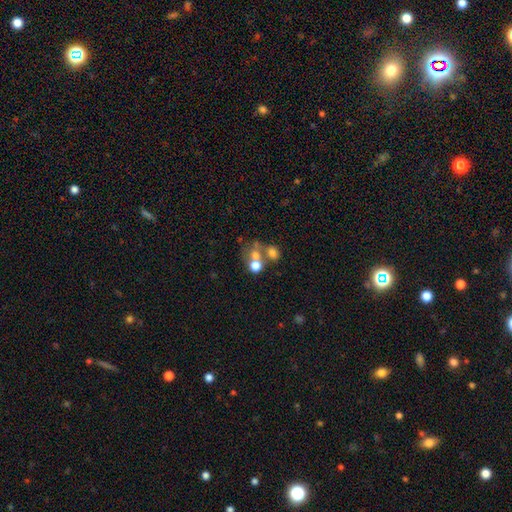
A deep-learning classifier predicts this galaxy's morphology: Overall: smooth (59%; featured or disk 23%). How rounded: round (68%; in between 31%). Merging: merger (51%; none 34%).